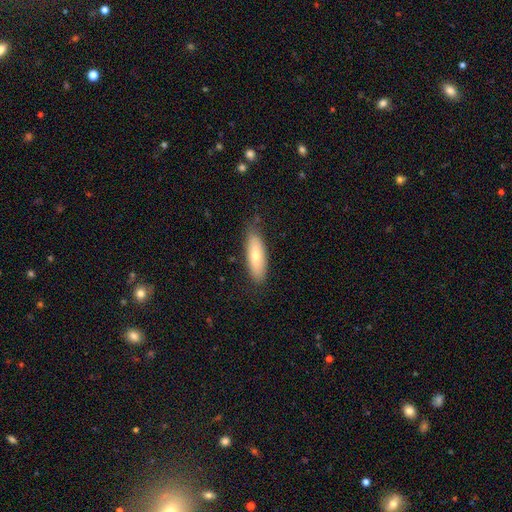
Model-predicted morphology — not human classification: type=smooth (73%); roundness=in between (56%); merging=none (78%).